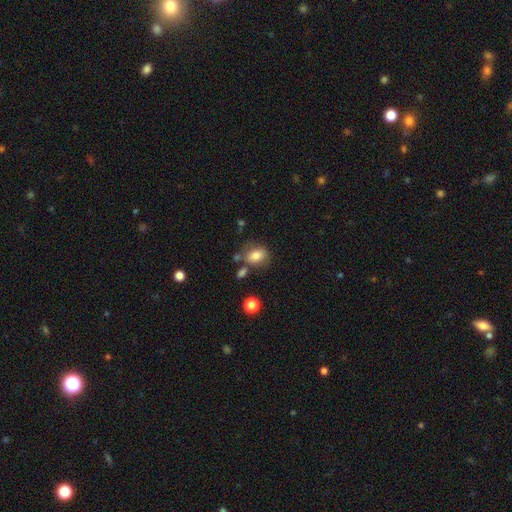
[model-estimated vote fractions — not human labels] The model was most divided on "how rounded": in between: 64%, round: 35%, cigar-shaped: 1%. More confident: smooth or featured — smooth (78%); merging — none (63%).